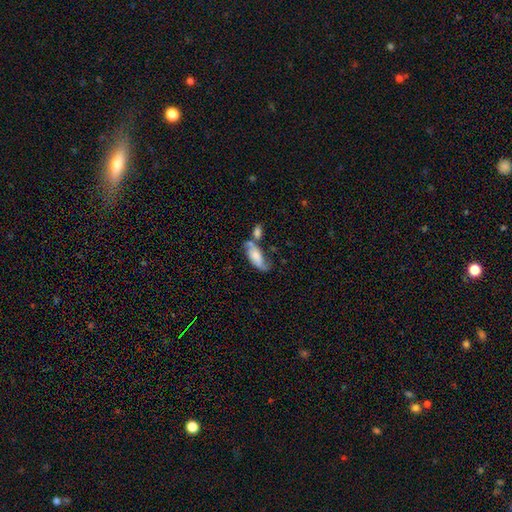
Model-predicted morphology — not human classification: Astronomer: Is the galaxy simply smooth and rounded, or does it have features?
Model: smooth — 57% (runner-up: featured or disk, 36%).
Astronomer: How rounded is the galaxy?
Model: in between — 74%.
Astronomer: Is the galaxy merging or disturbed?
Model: none — 35% (runner-up: merger, 33%).